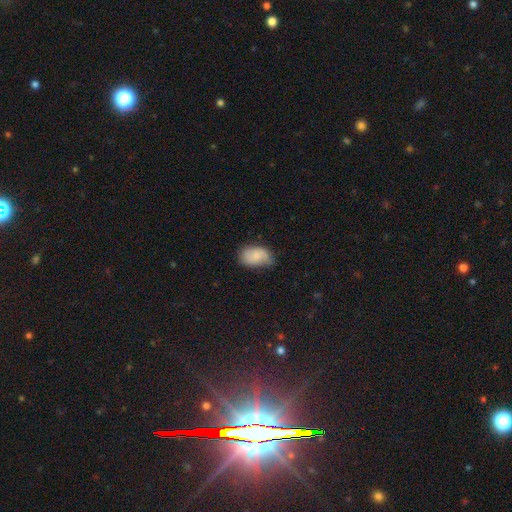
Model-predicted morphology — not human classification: smooth-or-featured: smooth: 65% | featured or disk: 27% | star or artifact: 8%
  how-rounded: in between: 88% | round: 10% | cigar-shaped: 1%
  merging: none: 57% | minor disturbance: 33% | major disturbance: 8% | merger: 2%